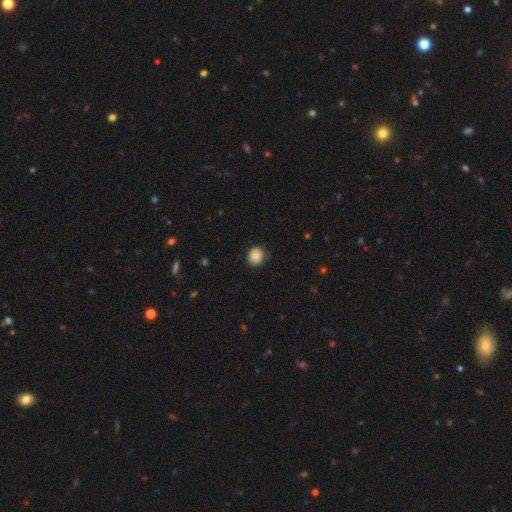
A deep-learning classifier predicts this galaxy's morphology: Q: Smooth or featured?
A: smooth (84%); runner-up: star or artifact (9%)
Q: How rounded?
A: round (73%); runner-up: in between (26%)
Q: Merging?
A: none (81%); runner-up: minor disturbance (15%)